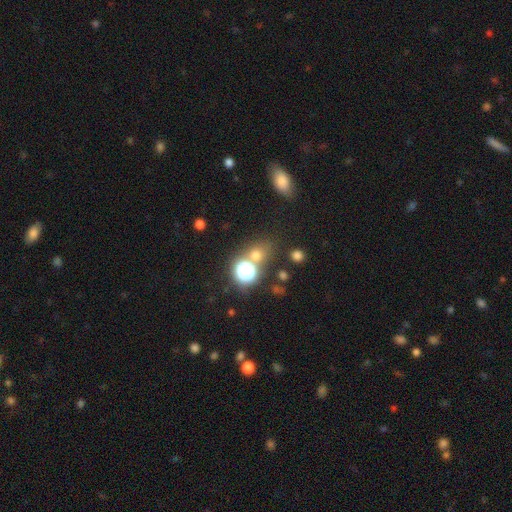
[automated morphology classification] This appears to be a smooth galaxy with no disk features (62%) that is round (73%). Merging: none (66%).